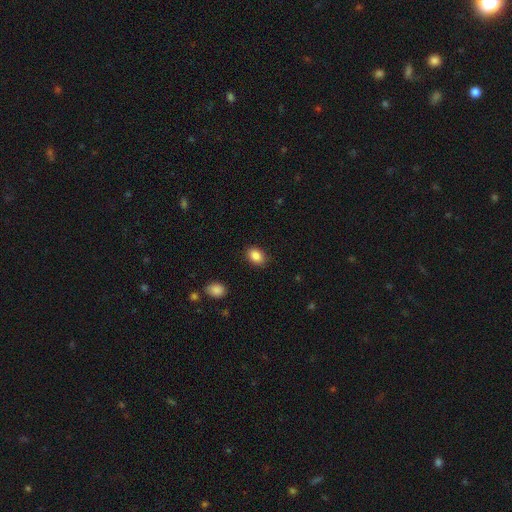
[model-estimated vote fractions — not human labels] Q: Smooth or featured?
A: smooth (87%); runner-up: star or artifact (8%)
Q: How rounded?
A: in between (80%); runner-up: round (19%)
Q: Merging?
A: none (86%); runner-up: minor disturbance (10%)